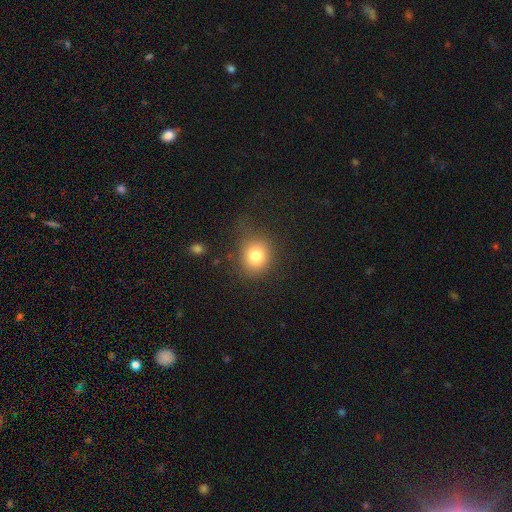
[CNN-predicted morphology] This is likely a smooth galaxy (80%). How rounded: likely round (78%). Merging: likely none (73%).